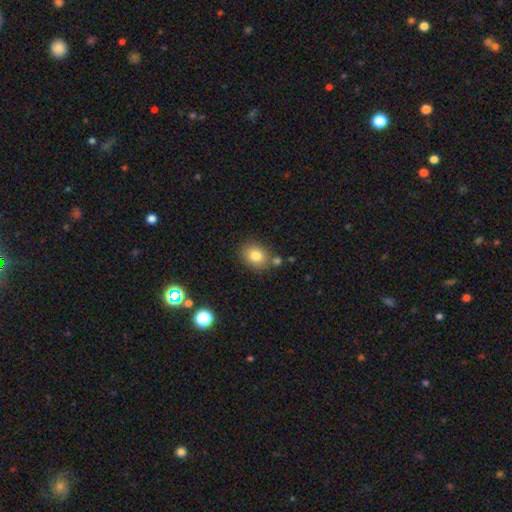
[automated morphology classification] The model was most divided on "how rounded": round: 52%, in between: 47%, cigar-shaped: 1%. More confident: smooth or featured — smooth (81%); merging — none (74%).